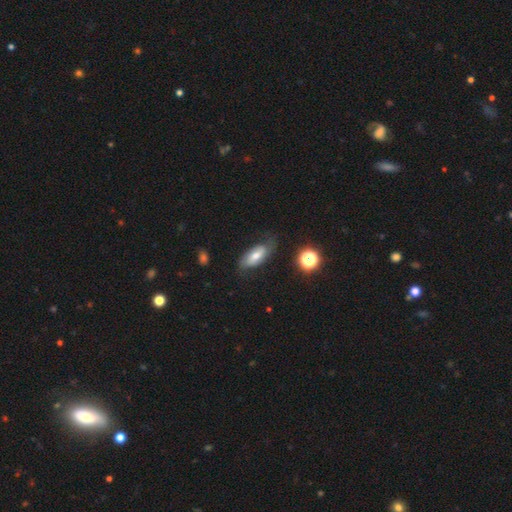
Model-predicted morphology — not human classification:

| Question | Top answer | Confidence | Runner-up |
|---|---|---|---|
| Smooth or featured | smooth | 55% | featured or disk (34%) |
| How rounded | in between | 80% | cigar-shaped (16%) |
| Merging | none | 64% | minor disturbance (25%) |